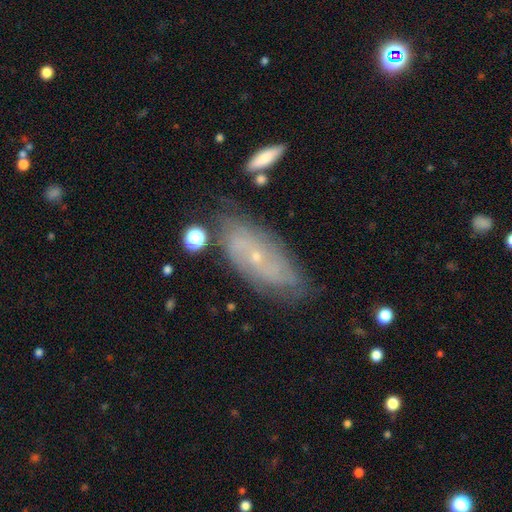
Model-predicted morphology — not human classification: smooth_or_featured: featured or disk (p=0.69) [alt: smooth p=0.23]
disk_edge_on: no (p=0.88) [alt: yes p=0.12]
bar: no (p=0.75) [alt: weak p=0.20]
has_spiral_arms: yes (p=0.81) [alt: no p=0.19]
bulge_size: small (p=0.83) [alt: moderate p=0.13]
merging: none (p=0.71) [alt: minor disturbance p=0.20]